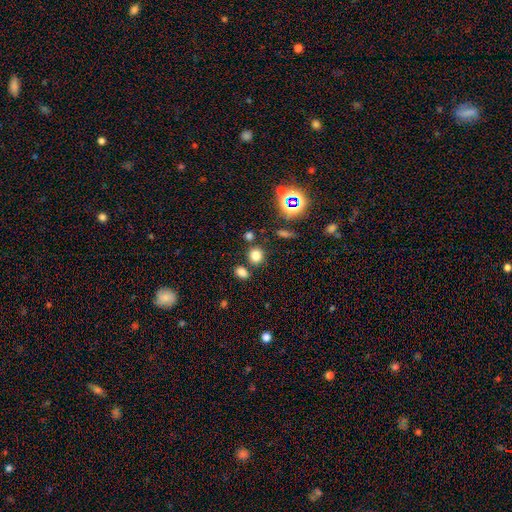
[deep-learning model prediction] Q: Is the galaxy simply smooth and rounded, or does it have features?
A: smooth — 76%.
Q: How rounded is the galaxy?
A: round — 76%.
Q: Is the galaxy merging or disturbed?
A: none — 75%.